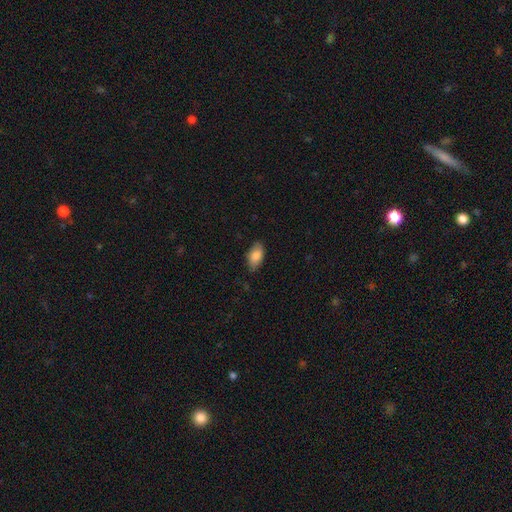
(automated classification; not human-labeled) This appears to be a smooth galaxy with no disk features (84%) that is in between round and cigar-shaped (93%). Merging: none (78%).